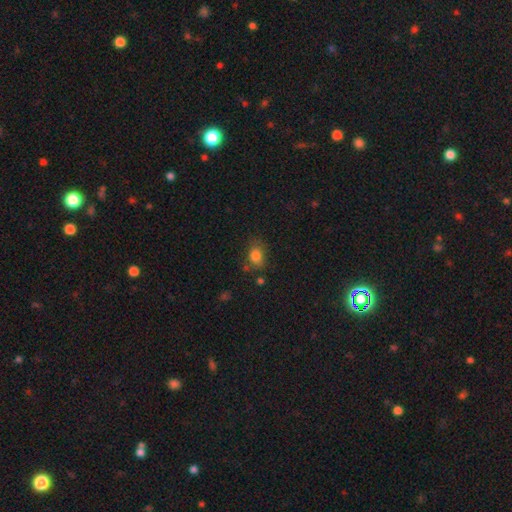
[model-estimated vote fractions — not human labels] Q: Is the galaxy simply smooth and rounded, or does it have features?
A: smooth — 81%.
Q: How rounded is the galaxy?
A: in between — 68%.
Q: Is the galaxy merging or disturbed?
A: none — 66%.